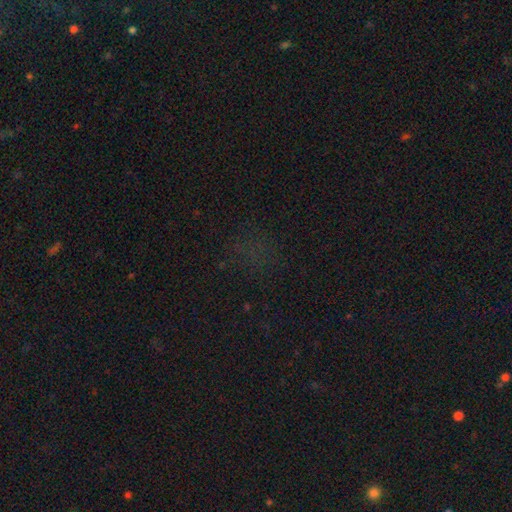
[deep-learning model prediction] A star or artifact, not a galaxy (60%).